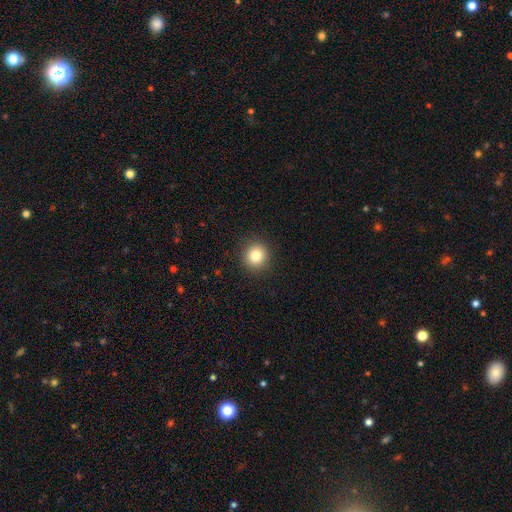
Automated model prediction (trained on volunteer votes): Overall: smooth (83%). How rounded: round (92%). Merging: none (91%).